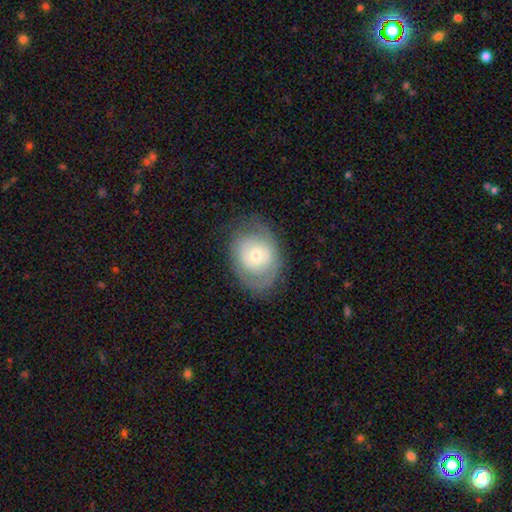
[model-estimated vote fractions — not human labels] Overall: featured or disk (47%; smooth 46%). Merging: none (70%).